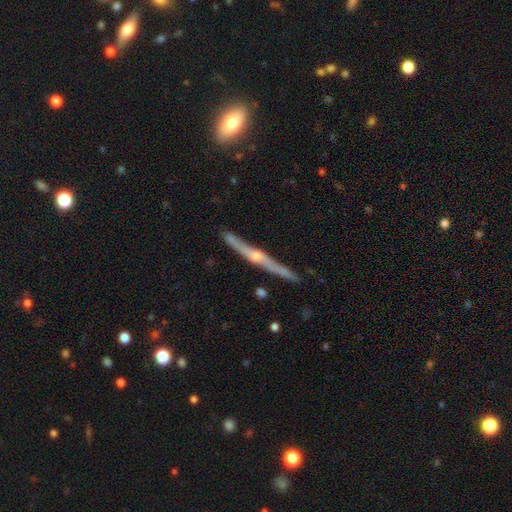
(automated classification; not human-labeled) smooth_or_featured: featured or disk (p=0.80) [alt: smooth p=0.15]
disk_edge_on: yes (p=0.98) [alt: no p=0.02]
edge_on_bulge: rounded (p=0.84) [alt: none p=0.11]
merging: none (p=0.88) [alt: minor disturbance p=0.09]